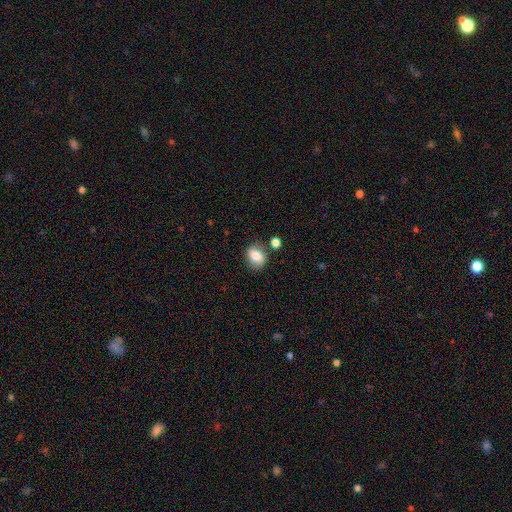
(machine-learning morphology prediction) A smooth galaxy with no disk features (76%) that is in between round and cigar-shaped (61%). Merging: none (71%).